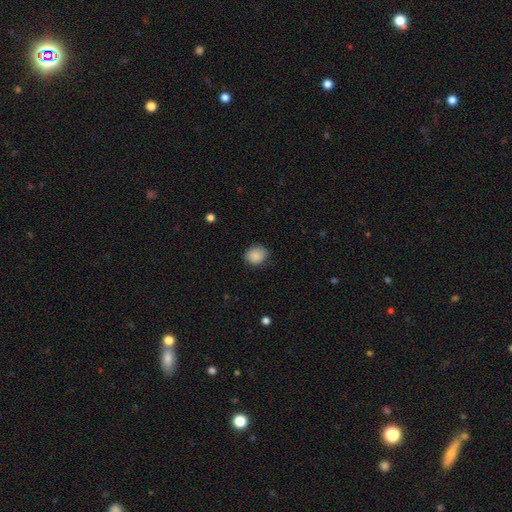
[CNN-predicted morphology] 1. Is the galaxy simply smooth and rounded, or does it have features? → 88% smooth, 8% star or artifact, 4% featured or disk.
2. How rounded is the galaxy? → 66% round, 33% in between, 1% cigar-shaped.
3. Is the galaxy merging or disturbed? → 81% none, 15% minor disturbance, 3% major disturbance, 1% merger.